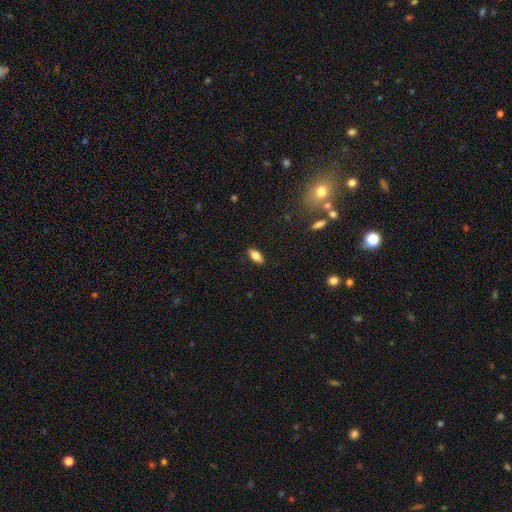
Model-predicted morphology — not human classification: This appears to be a smooth galaxy with no disk features (78%) that is in between round and cigar-shaped (85%). Merging: none (88%).